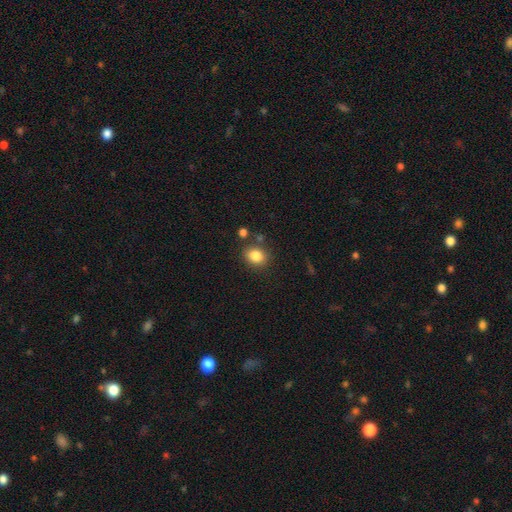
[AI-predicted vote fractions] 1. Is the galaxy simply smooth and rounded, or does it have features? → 84% smooth, 10% star or artifact, 6% featured or disk.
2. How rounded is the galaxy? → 51% round, 48% in between, 1% cigar-shaped.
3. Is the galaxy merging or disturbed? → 79% none, 11% minor disturbance, 6% merger, 3% major disturbance.